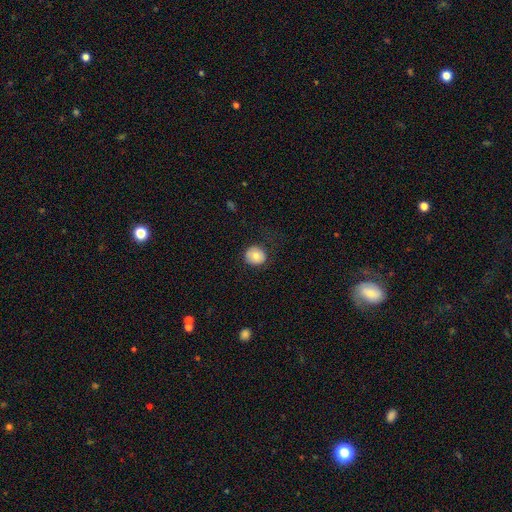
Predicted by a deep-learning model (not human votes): smooth_or_featured: smooth (p=0.76) [alt: featured or disk p=0.16]
how_rounded: round (p=0.87) [alt: in between p=0.12]
merging: none (p=0.80) [alt: minor disturbance p=0.14]